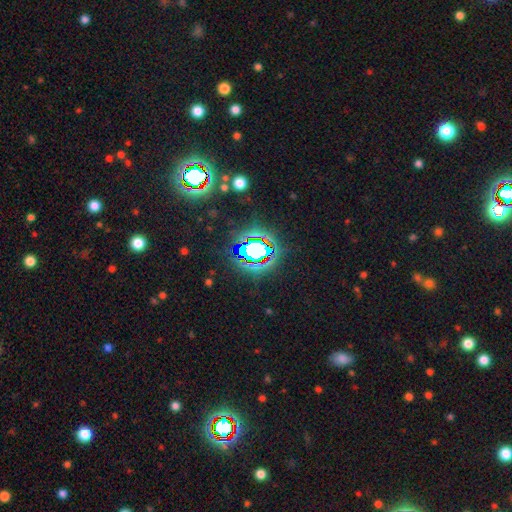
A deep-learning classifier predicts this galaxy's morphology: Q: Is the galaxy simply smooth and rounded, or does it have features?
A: star or artifact — 68%.